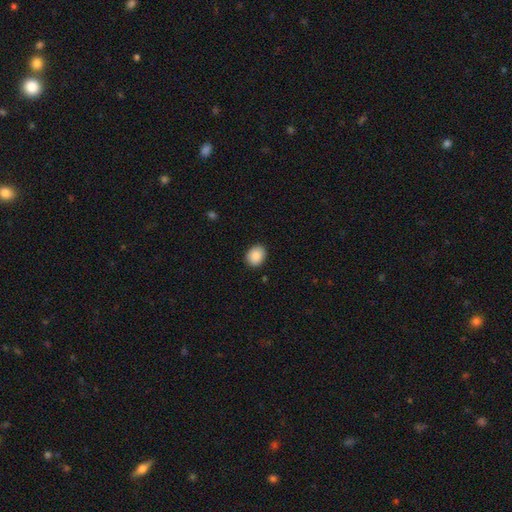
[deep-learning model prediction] Smooth or featured? smooth (89%)
How rounded? in between (51%)
Merging? none (89%)